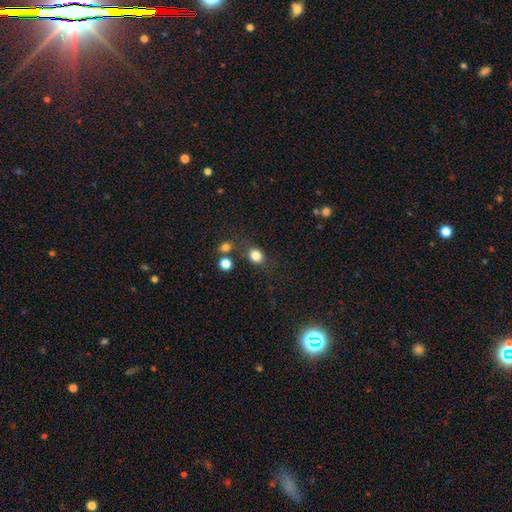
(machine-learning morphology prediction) The model was most divided on "how rounded": round: 68%, in between: 31%, cigar-shaped: 1%. More confident: smooth or featured — smooth (82%); merging — none (74%).